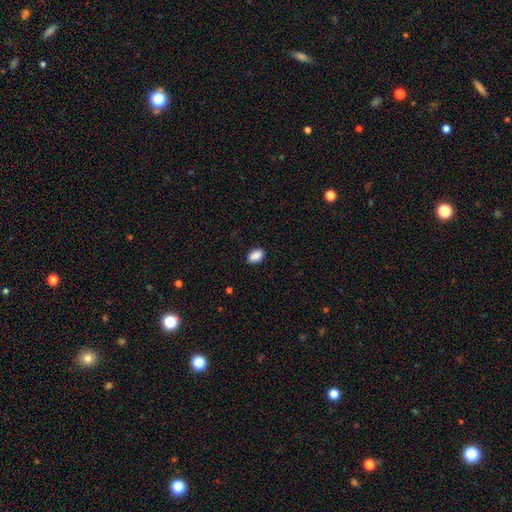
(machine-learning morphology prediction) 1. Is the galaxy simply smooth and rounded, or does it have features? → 89% smooth, 7% star or artifact, 3% featured or disk.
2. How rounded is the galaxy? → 87% in between, 12% round, 1% cigar-shaped.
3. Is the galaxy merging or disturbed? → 86% none, 11% minor disturbance, 2% major disturbance, 1% merger.